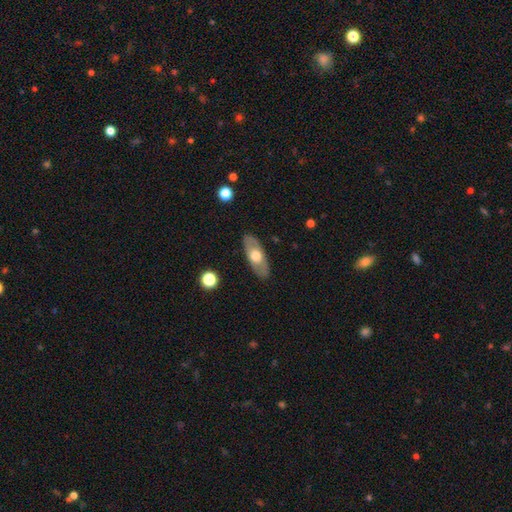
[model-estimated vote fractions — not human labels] Smooth or featured: smooth — 52% (featured or disk — 43%)
How rounded: in between — 83% (cigar-shaped — 13%)
Merging: none — 86% (minor disturbance — 11%)